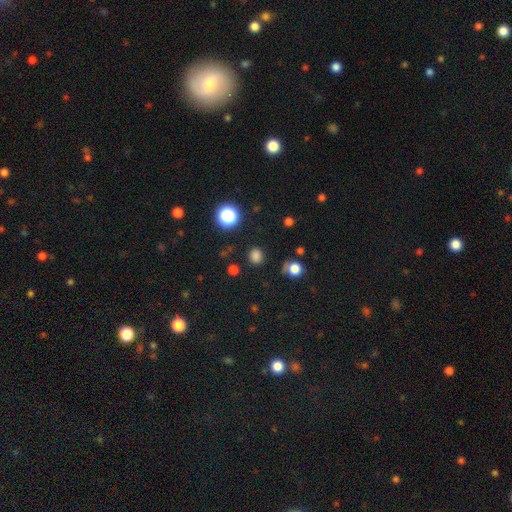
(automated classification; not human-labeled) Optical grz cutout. It shows a smooth galaxy with no disk features (77%) that is round (82%). Merging: none (85%).